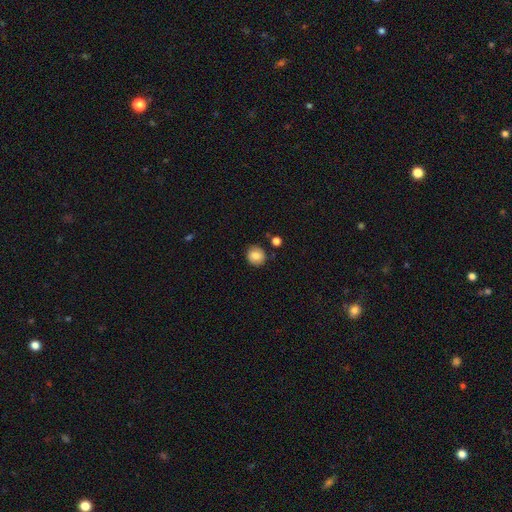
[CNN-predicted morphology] Q: Smooth or featured?
A: smooth (80%); runner-up: featured or disk (11%)
Q: How rounded?
A: round (88%); runner-up: in between (11%)
Q: Merging?
A: none (84%); runner-up: minor disturbance (10%)